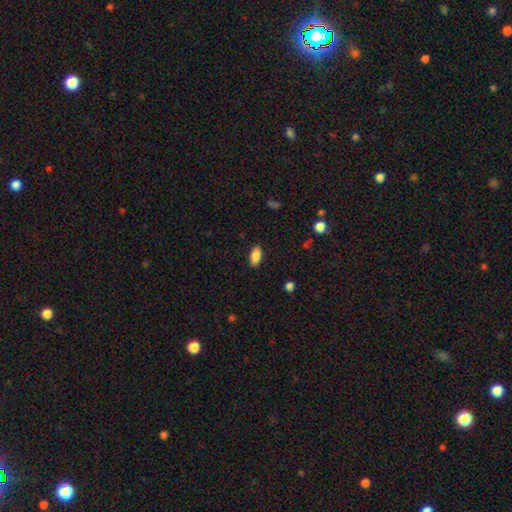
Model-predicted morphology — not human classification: smooth 87%, star or artifact 7%, featured or disk 6%. Down the decision tree: how rounded — in between (91%); merging — none (88%).